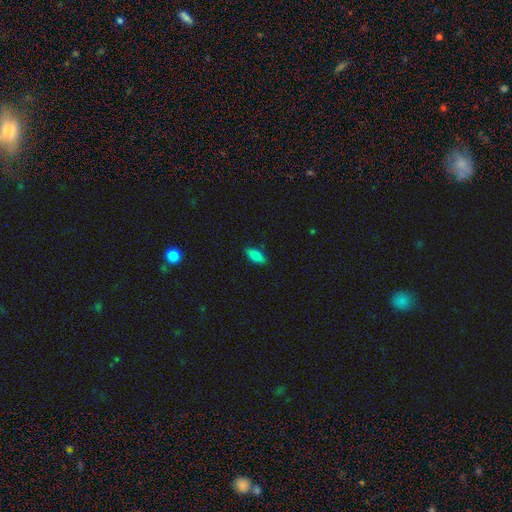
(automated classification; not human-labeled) This appears to be a smooth galaxy with no disk features (86%) that is in between round and cigar-shaped (81%). Merging: none (87%).